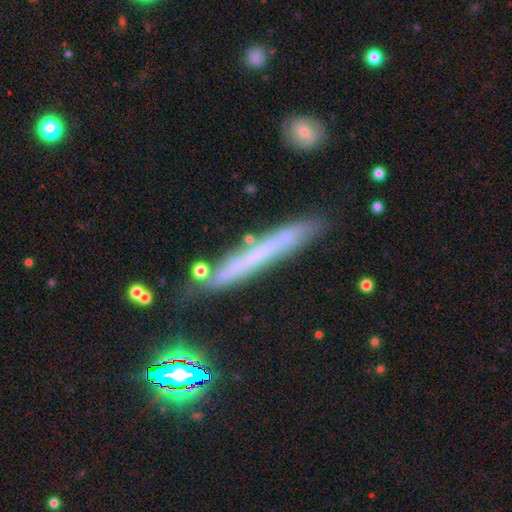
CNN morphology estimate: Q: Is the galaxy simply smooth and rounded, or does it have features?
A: featured or disk — 46%.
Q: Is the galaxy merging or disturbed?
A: none — 79%.